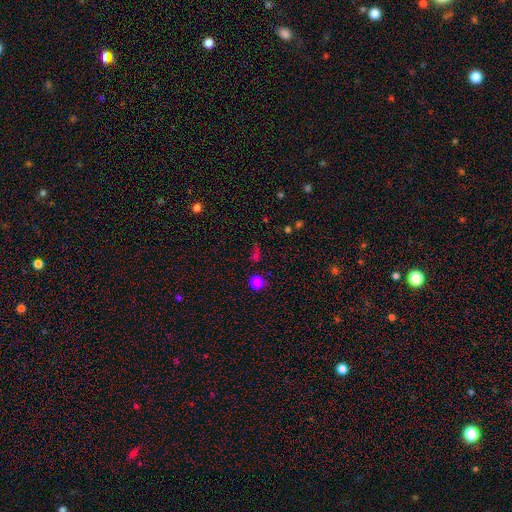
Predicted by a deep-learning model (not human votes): This appears to be a smooth galaxy with no disk features (52%) that is round (66%). Merging: none (65%).